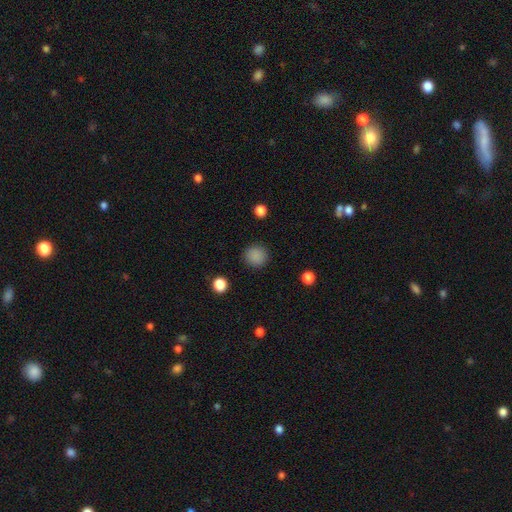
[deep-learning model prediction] Smooth or featured? Predicted: smooth (p=0.86). How rounded? Predicted: round (p=0.91). Merging? Predicted: none (p=0.89).